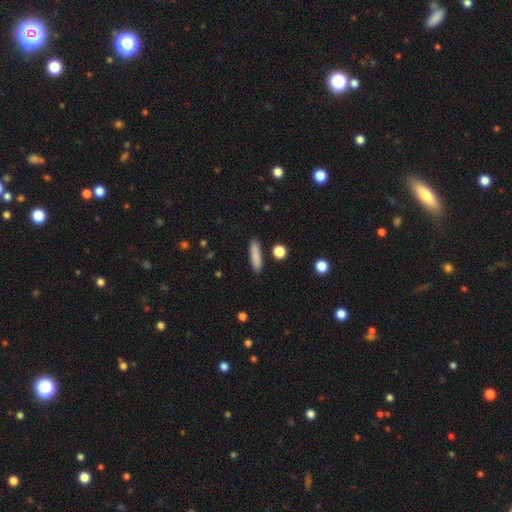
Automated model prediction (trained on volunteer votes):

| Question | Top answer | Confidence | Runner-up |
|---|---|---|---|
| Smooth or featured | smooth | 84% | featured or disk (9%) |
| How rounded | cigar-shaped | 77% | in between (20%) |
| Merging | none | 87% | minor disturbance (8%) |